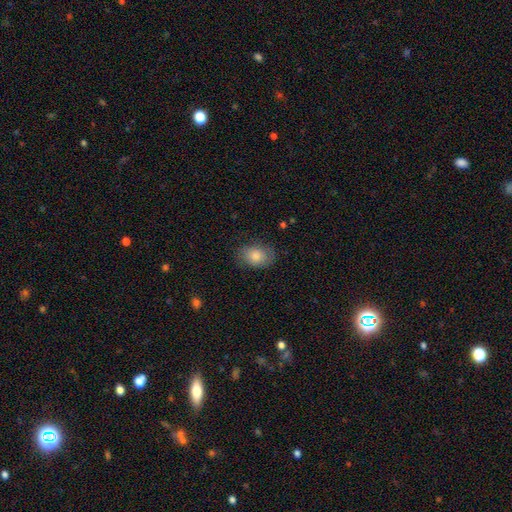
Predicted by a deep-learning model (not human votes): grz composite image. It shows a smooth galaxy with no disk features (82%) that is in between round and cigar-shaped (77%). Merging: none (76%).